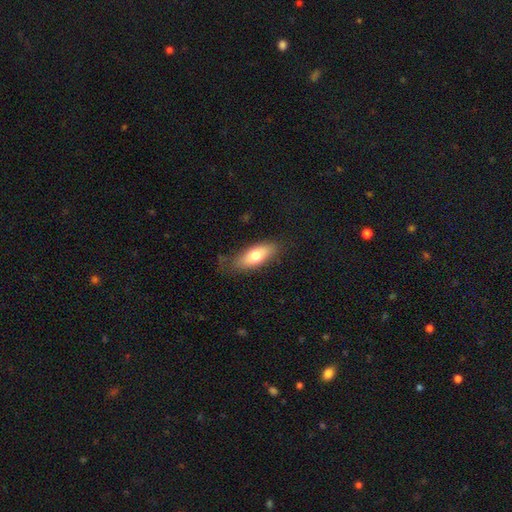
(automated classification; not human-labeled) Smooth or featured? Predicted: smooth (p=0.72). How rounded? Predicted: in between (p=0.76). Merging? Predicted: none (p=0.74).